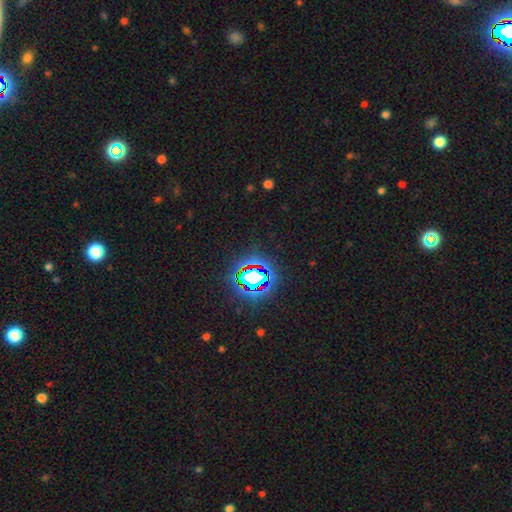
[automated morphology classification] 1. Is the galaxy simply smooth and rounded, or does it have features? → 81% star or artifact, 12% smooth, 7% featured or disk.